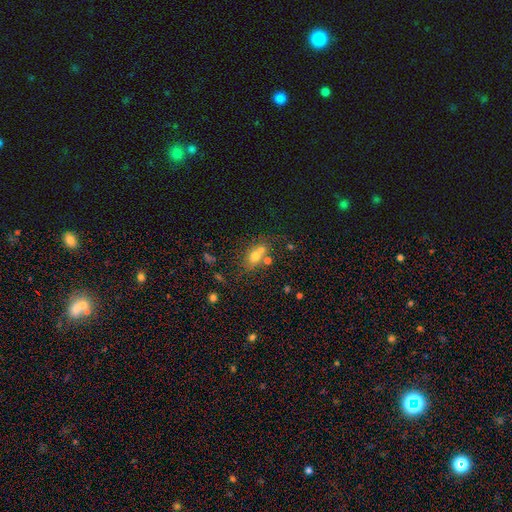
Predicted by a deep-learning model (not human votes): This appears to be a smooth galaxy with no disk features (65%) that is in between round and cigar-shaped (49%). Merging: none (44%).